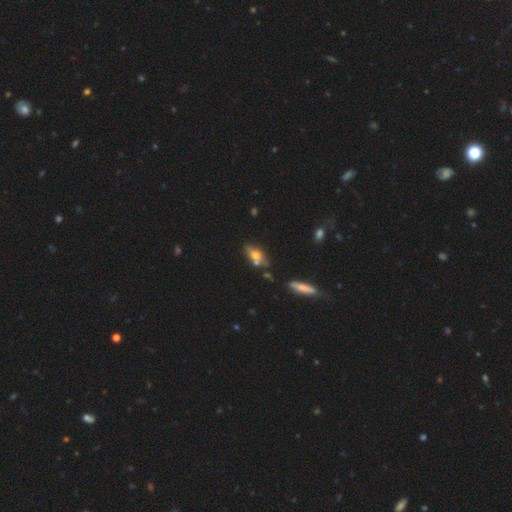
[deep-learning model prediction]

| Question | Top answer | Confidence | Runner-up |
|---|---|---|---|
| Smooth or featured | smooth | 58% | featured or disk (31%) |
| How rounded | in between | 72% | cigar-shaped (20%) |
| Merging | none | 55% | merger (21%) |